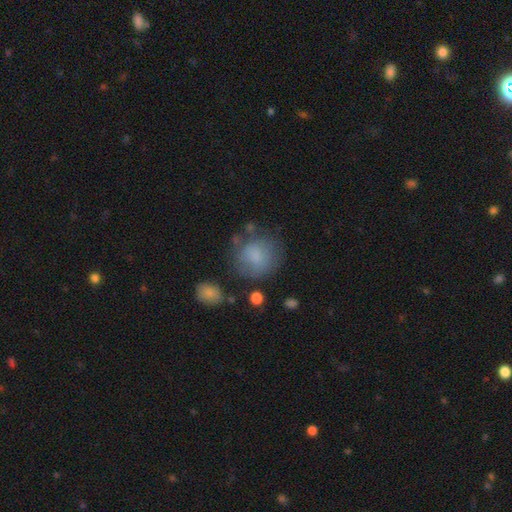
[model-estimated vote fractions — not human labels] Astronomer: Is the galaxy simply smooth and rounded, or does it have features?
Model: smooth — 76%.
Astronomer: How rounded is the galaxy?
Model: round — 82%.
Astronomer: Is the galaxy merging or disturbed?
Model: none — 62%.